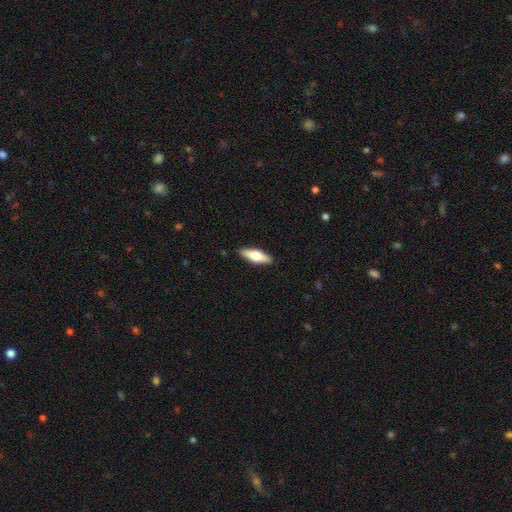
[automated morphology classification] smooth 60%, featured or disk 35%, star or artifact 5%. Down the decision tree: how rounded — in between (54%); merging — none (90%).